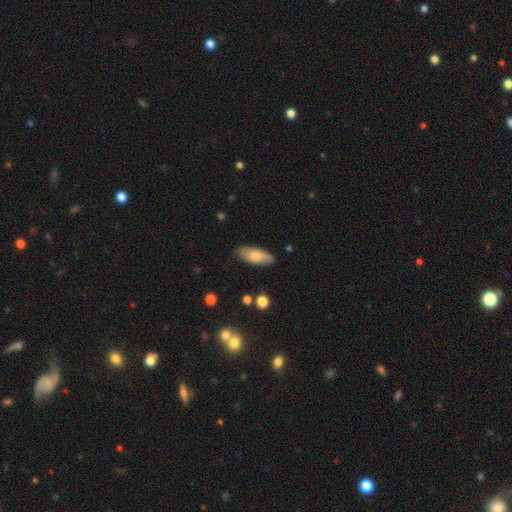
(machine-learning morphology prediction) type=smooth (74%); roundness=in between (78%); merging=none (85%).